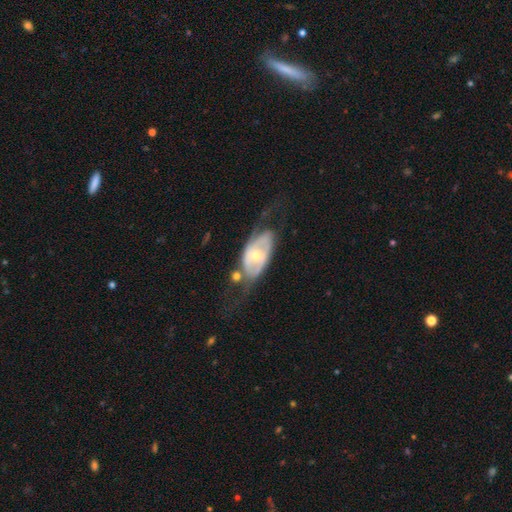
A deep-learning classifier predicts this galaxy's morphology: The model was most divided on "merging": none: 37%, major disturbance: 30%, minor disturbance: 22%, merger: 12%. More confident: edge-on disk — no (90%); smooth or featured — featured or disk (71%); bar — no (68%); bulge size — moderate (55%); spiral arms — yes (54%).